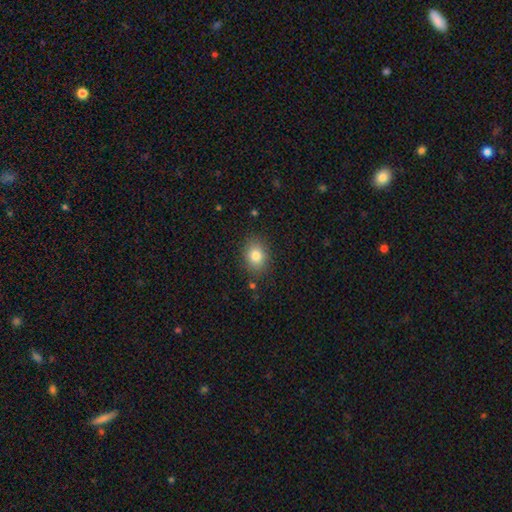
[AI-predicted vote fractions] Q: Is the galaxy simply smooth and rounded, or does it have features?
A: smooth — 81%.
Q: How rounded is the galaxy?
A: in between — 51%.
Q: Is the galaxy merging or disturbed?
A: none — 85%.